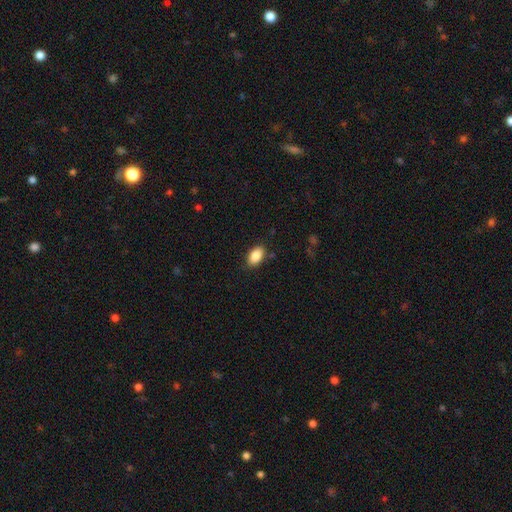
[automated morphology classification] smooth 87%, star or artifact 7%, featured or disk 6%. Down the decision tree: how rounded — in between (91%); merging — none (86%).